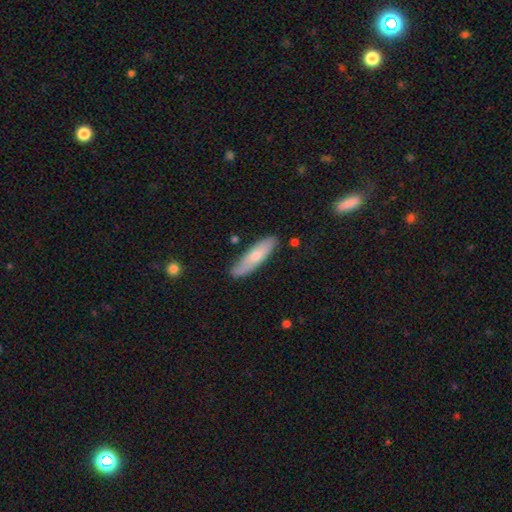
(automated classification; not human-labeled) This appears to be a smooth galaxy with no disk features (66%) that is cigar-shaped (65%). Merging: none (78%).